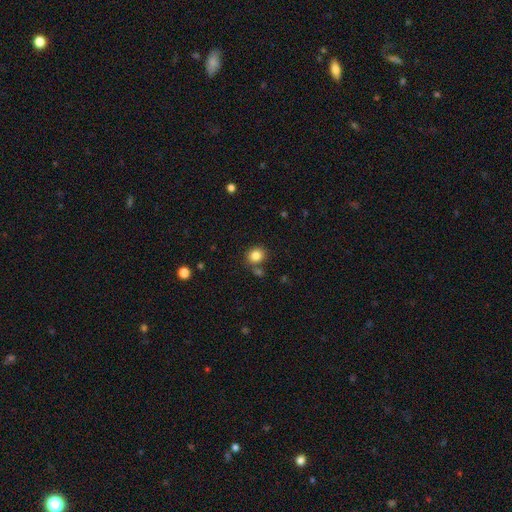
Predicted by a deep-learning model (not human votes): Overall: smooth (84%). How rounded: round (80%). Merging: none (75%).